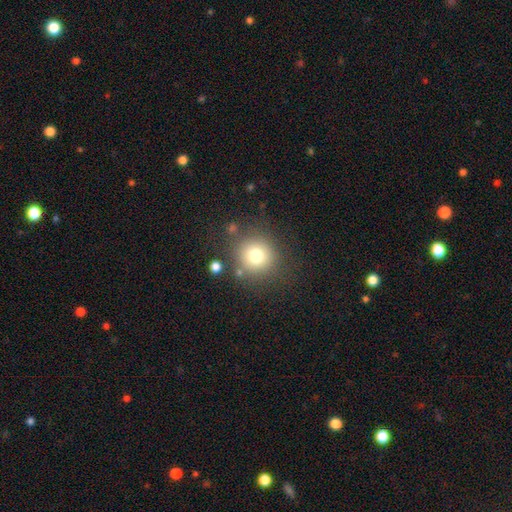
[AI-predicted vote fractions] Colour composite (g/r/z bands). It shows a smooth galaxy with no disk features (75%) that is round (93%). Merging: none (81%).